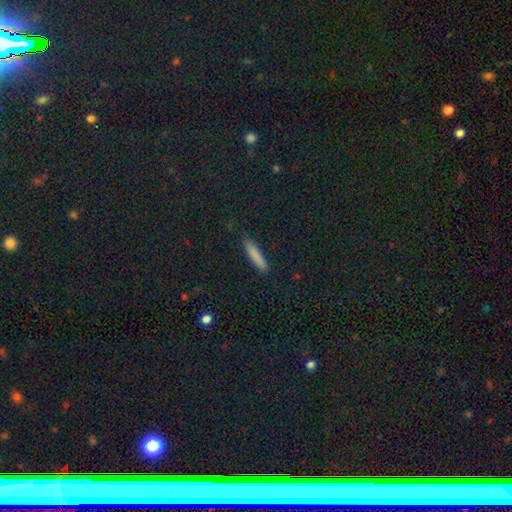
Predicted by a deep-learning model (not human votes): This is clearly a smooth galaxy (81%). How rounded: clearly cigar-shaped (89%). Merging: clearly none (85%).